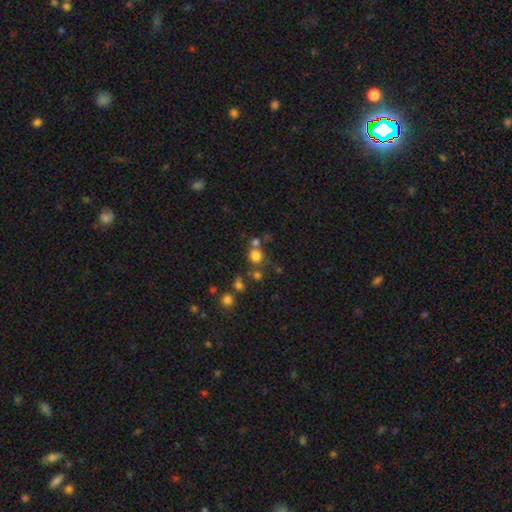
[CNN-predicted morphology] This is likely a smooth galaxy (75%). How rounded: clearly round (89%). Merging: likely none (61%).